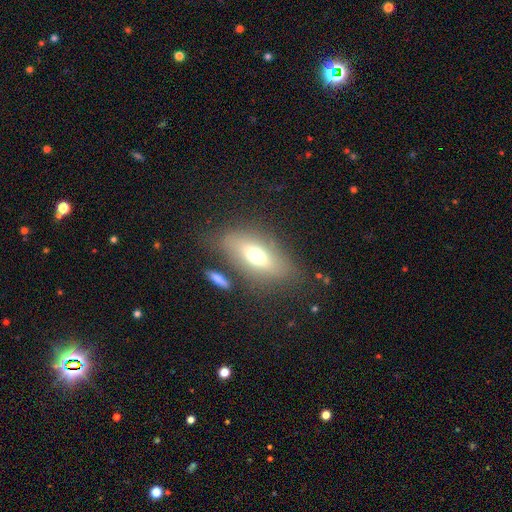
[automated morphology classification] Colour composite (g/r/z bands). It shows a smooth galaxy with no disk features (62%) that is in between round and cigar-shaped (78%). Merging: none (72%).